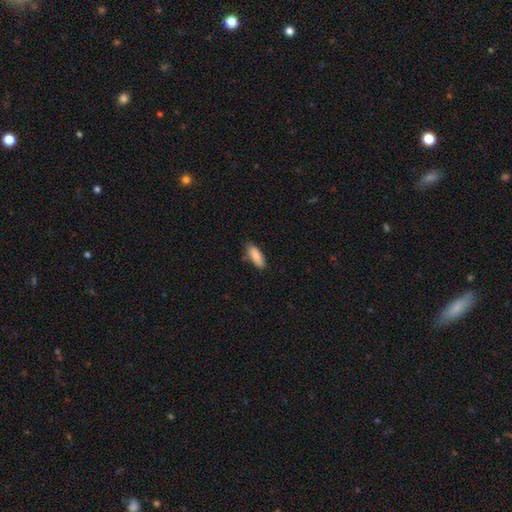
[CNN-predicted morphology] The model was most divided on "how rounded": in between: 70%, cigar-shaped: 28%, round: 2%. More confident: smooth or featured — smooth (86%); merging — none (78%).